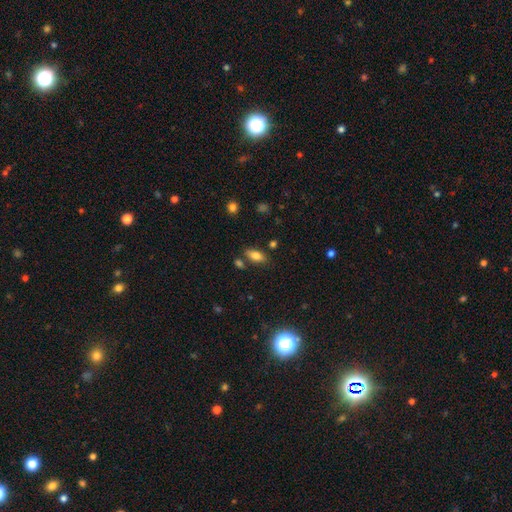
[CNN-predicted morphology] This appears to be a smooth galaxy with no disk features (80%) that is in between round and cigar-shaped (87%). Merging: none (75%).